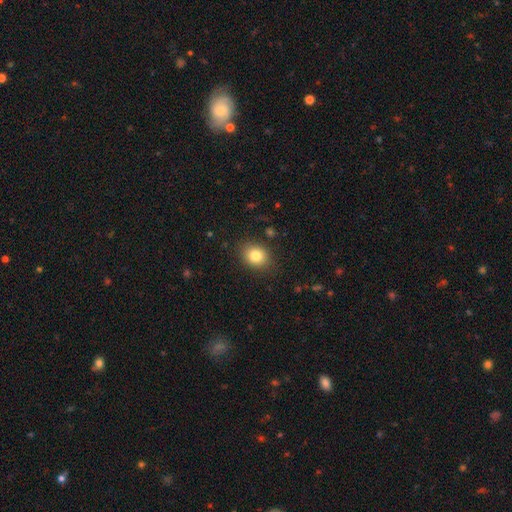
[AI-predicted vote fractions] This is clearly a smooth galaxy (82%). How rounded: possibly round (56%). Merging: clearly none (86%).